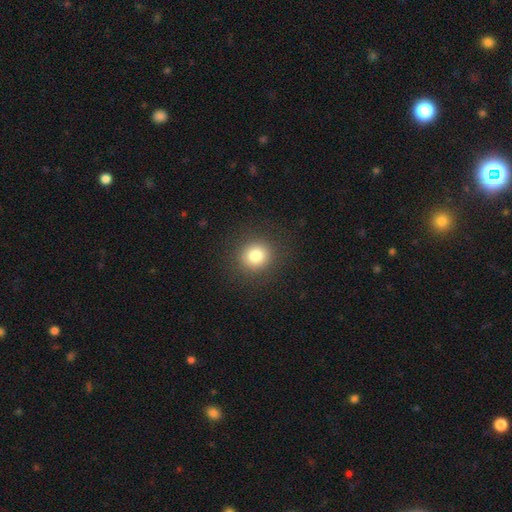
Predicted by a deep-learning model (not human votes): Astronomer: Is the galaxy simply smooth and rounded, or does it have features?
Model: smooth — 81%.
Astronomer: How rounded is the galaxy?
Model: round — 90%.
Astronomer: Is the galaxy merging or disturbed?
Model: none — 90%.